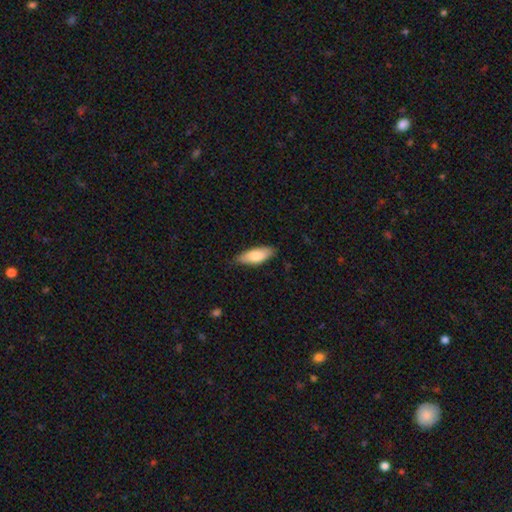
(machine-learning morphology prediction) smooth-or-featured: smooth: 79% | featured or disk: 16% | star or artifact: 5%
  how-rounded: in between: 74% | cigar-shaped: 25% | round: 2%
  merging: none: 78% | minor disturbance: 18% | major disturbance: 3% | merger: 1%